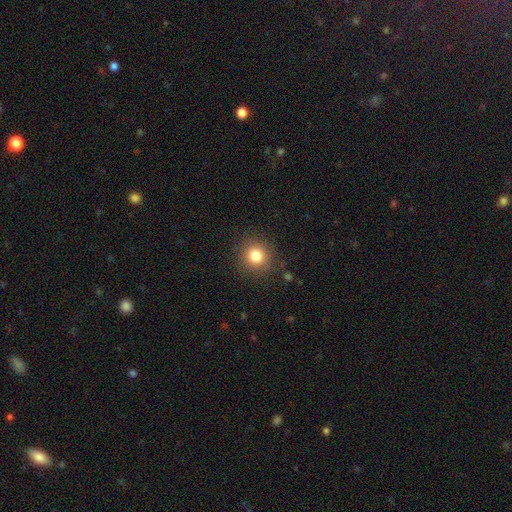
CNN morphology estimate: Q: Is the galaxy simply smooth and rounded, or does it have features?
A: smooth — 81%.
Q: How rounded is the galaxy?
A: round — 92%.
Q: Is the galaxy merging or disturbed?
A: none — 87%.